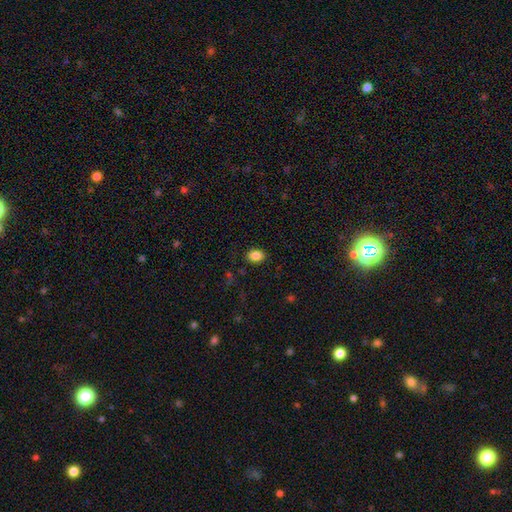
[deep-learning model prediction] Q: Smooth or featured?
A: smooth (86%); runner-up: star or artifact (9%)
Q: How rounded?
A: in between (68%); runner-up: round (31%)
Q: Merging?
A: none (87%); runner-up: minor disturbance (10%)